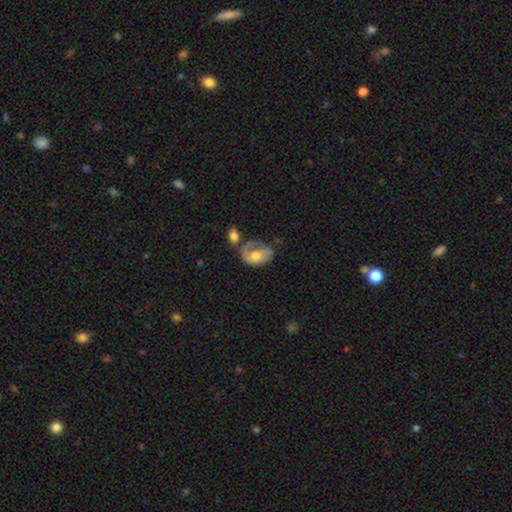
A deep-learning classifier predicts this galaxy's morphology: This is possibly a featured or disk galaxy (52%). It is clearly not viewed edge-on (96%). Merging: marginally none (30%, tied with major disturbance).